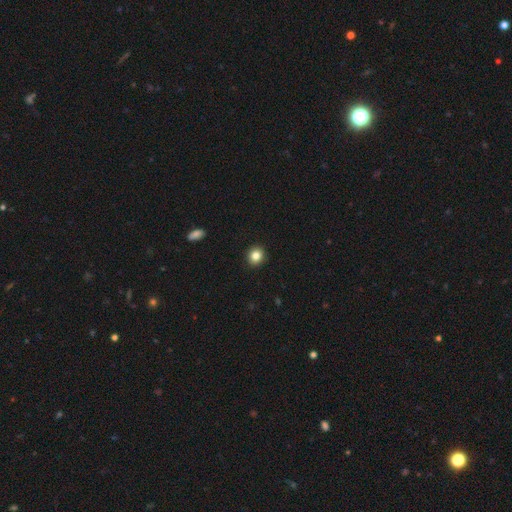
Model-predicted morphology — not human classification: This appears to be a smooth galaxy with no disk features (84%) that is round (82%). Merging: none (92%).